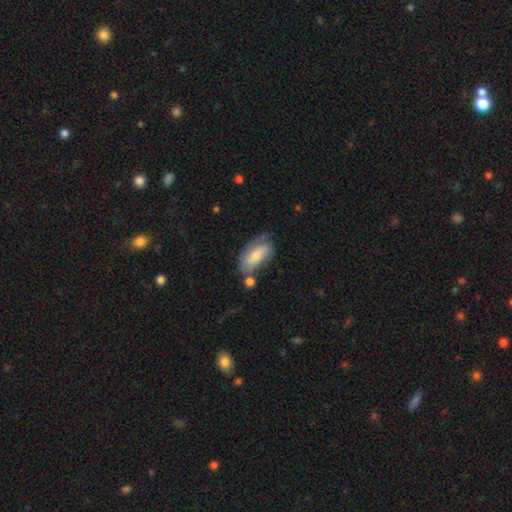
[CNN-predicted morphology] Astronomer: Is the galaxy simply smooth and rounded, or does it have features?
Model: smooth — 69%.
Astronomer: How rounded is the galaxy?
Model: in between — 87%.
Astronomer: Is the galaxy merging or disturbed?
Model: none — 50% (runner-up: minor disturbance, 26%).